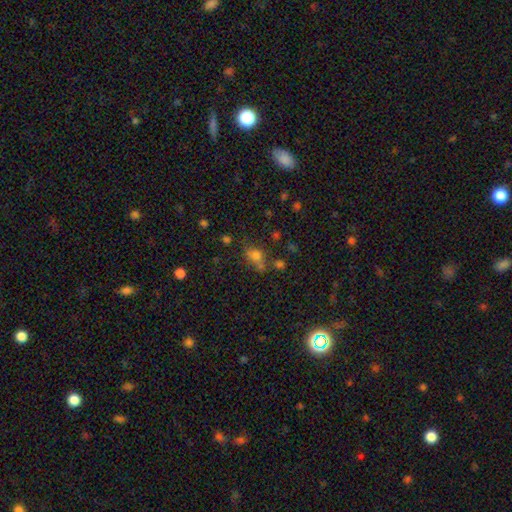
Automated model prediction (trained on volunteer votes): Smooth or featured?
  - smooth: 67% *
  - star or artifact: 22%
  - featured or disk: 12%
How rounded?
  - in between: 54% *
  - round: 43%
  - cigar-shaped: 3%
Merging?
  - none: 48% *
  - merger: 26%
  - minor disturbance: 17%
  - major disturbance: 9%